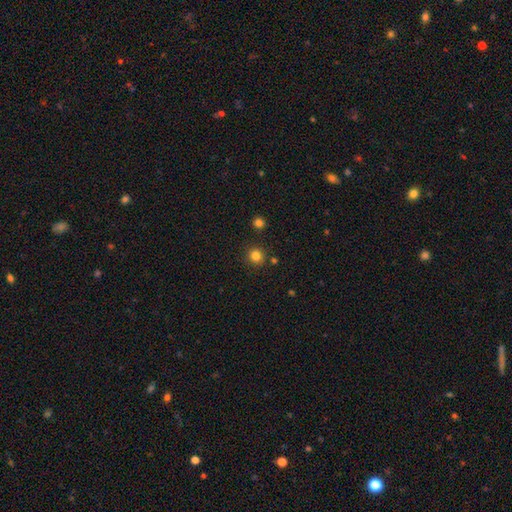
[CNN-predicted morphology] Smooth or featured: smooth — 82% (star or artifact — 14%)
How rounded: round — 94% (in between — 5%)
Merging: none — 88% (minor disturbance — 6%)